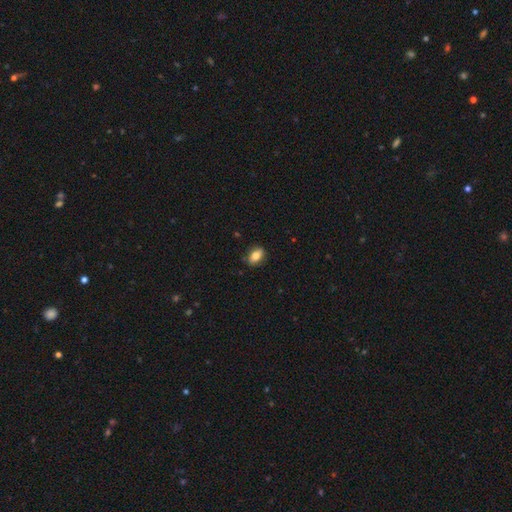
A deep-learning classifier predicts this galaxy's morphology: This is likely a smooth galaxy (79%). How rounded: clearly in between (84%). Merging: clearly none (84%).